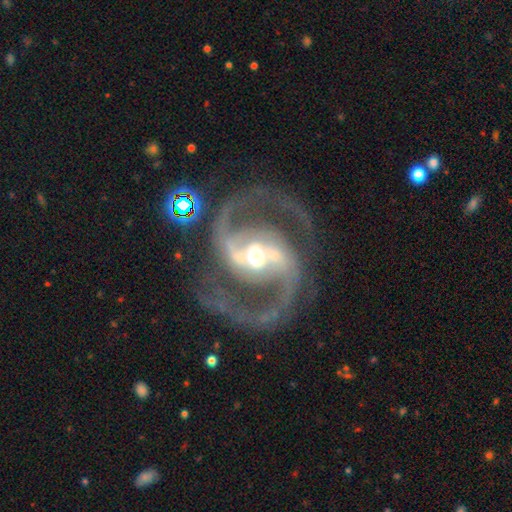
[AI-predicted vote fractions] Overall: featured or disk (93%). Edge-on disk: no (98%). Bar: strong (54%; weak 33%). Spiral arms: yes (98%). Spiral arm count: 2 (91%). Spiral winding: medium (65%). Bulge size: moderate (64%). Merging: none (75%).